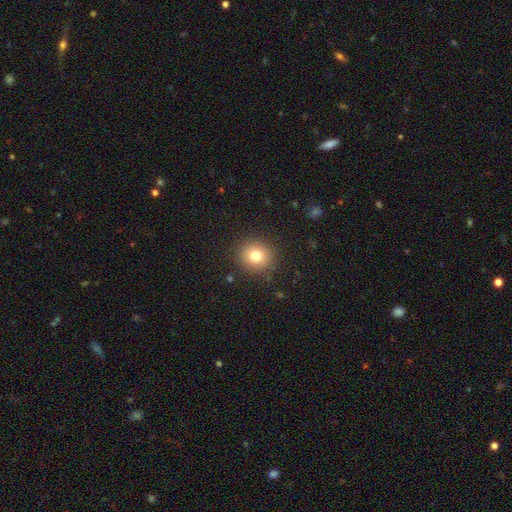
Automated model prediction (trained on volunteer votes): Overall: smooth (79%). How rounded: round (85%). Merging: none (89%).